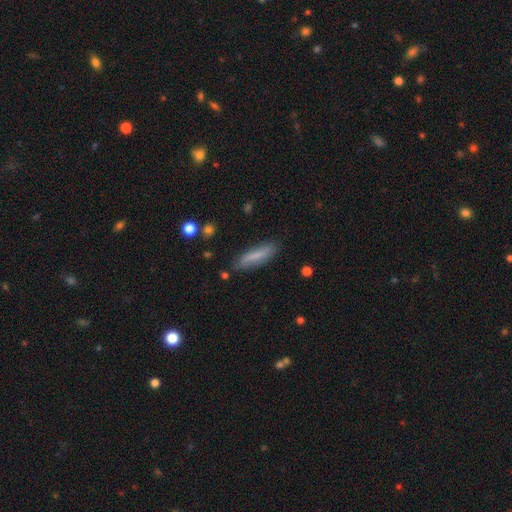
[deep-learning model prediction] Smooth or featured? Predicted: smooth (p=0.76). How rounded? Predicted: cigar-shaped (p=0.71). Merging? Predicted: none (p=0.79).